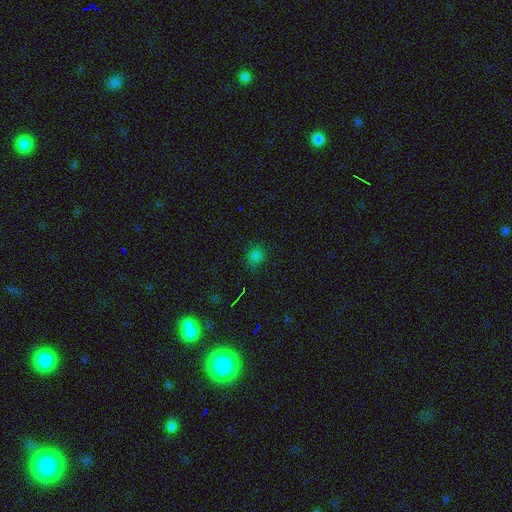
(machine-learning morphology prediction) A smooth galaxy with no disk features (73%) that is round (76%).

Vote fractions:
- Smooth or featured? smooth: 73% / star or artifact: 22% / featured or disk: 5%
- How rounded? round: 76% / in between: 23% / cigar-shaped: 1%
- Merging? none: 76% / minor disturbance: 18% / major disturbance: 4% / merger: 2%